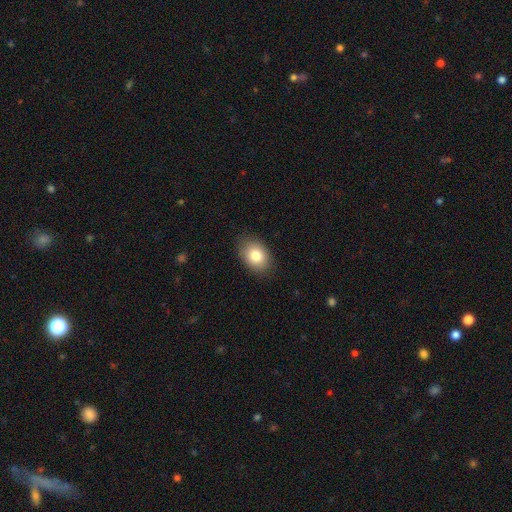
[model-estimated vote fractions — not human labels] Smooth or featured? Predicted: smooth (p=0.83). How rounded? Predicted: in between (p=0.74). Merging? Predicted: none (p=0.86).